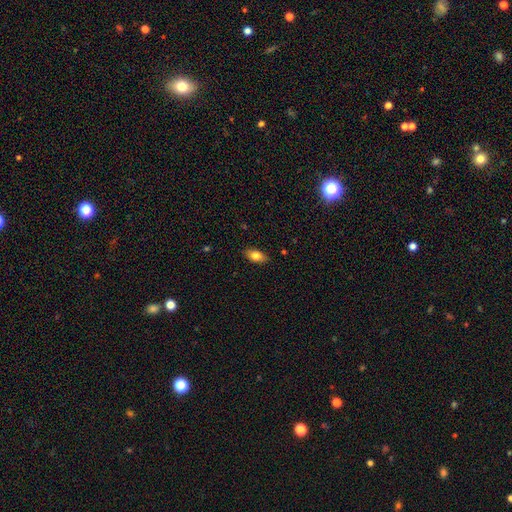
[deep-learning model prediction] This is likely a smooth galaxy (80%). How rounded: clearly in between (88%). Merging: clearly none (86%).